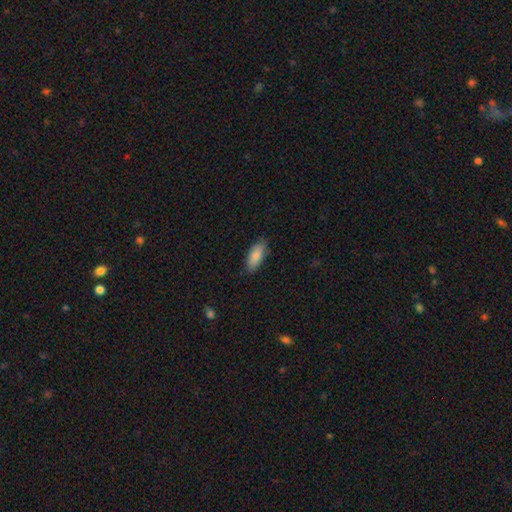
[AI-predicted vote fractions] The model was most divided on "how rounded": in between: 79%, cigar-shaped: 20%, round: 2%. More confident: smooth or featured — smooth (87%); merging — none (82%).